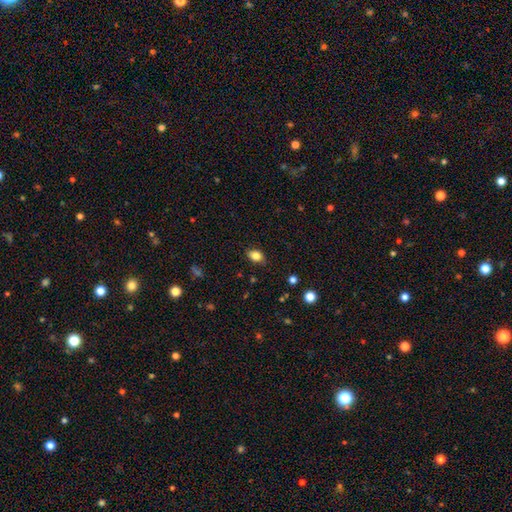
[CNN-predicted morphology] Overall: smooth (82%). How rounded: in between (74%). Merging: none (84%).